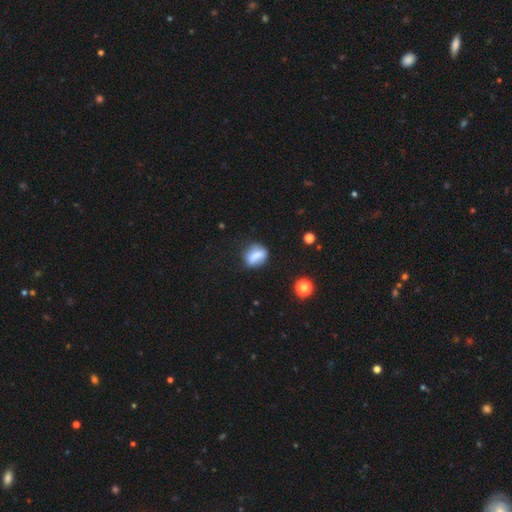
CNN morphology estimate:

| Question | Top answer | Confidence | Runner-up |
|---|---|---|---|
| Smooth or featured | smooth | 69% | featured or disk (21%) |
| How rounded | in between | 56% | round (37%) |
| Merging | none | 60% | minor disturbance (24%) |